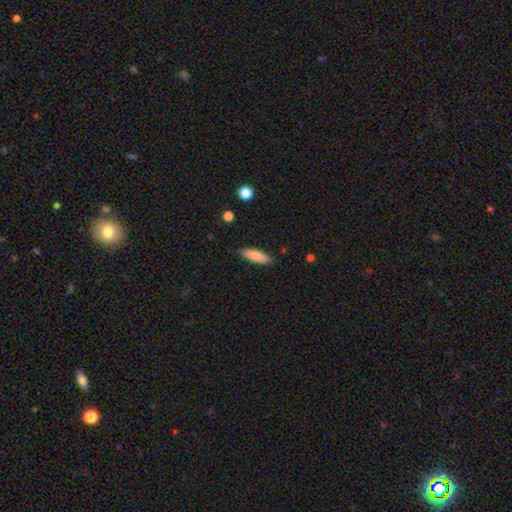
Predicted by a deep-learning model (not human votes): Smooth or featured? Predicted: smooth (p=0.81). How rounded? Predicted: cigar-shaped (p=0.50). Merging? Predicted: none (p=0.85).